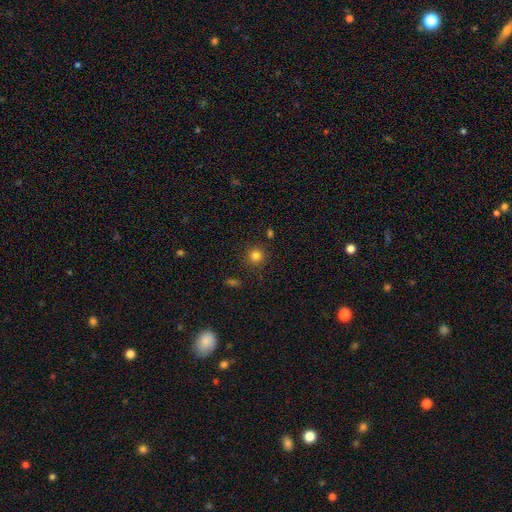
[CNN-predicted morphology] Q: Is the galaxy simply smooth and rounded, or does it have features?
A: smooth — 82%.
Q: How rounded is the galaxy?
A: round — 94%.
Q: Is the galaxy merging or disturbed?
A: none — 88%.